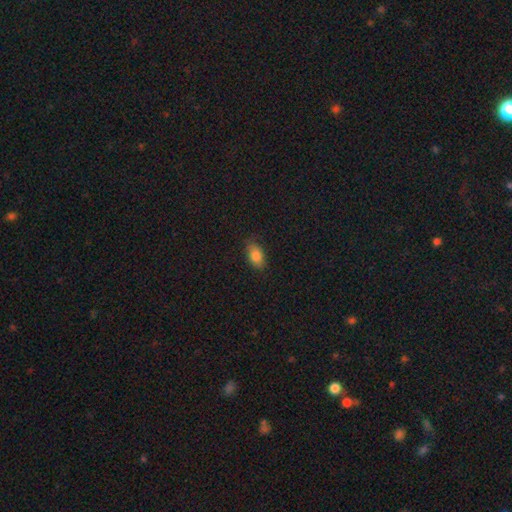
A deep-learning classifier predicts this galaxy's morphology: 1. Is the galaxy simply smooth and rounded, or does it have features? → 84% smooth, 8% star or artifact, 7% featured or disk.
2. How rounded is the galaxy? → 89% in between, 8% round, 3% cigar-shaped.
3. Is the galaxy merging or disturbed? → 81% none, 15% minor disturbance, 3% major disturbance, 1% merger.